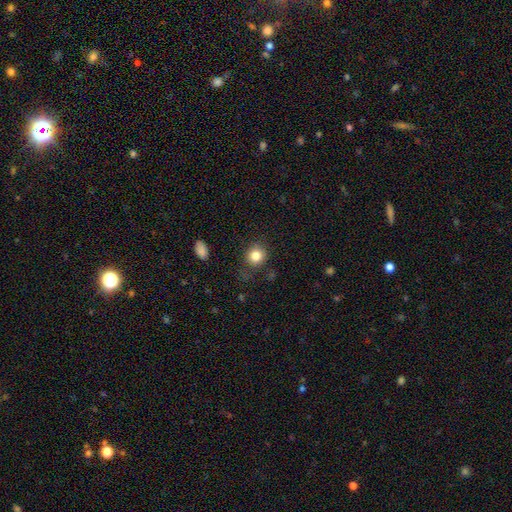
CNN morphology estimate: type=smooth (83%); roundness=round (80%); merging=none (80%).